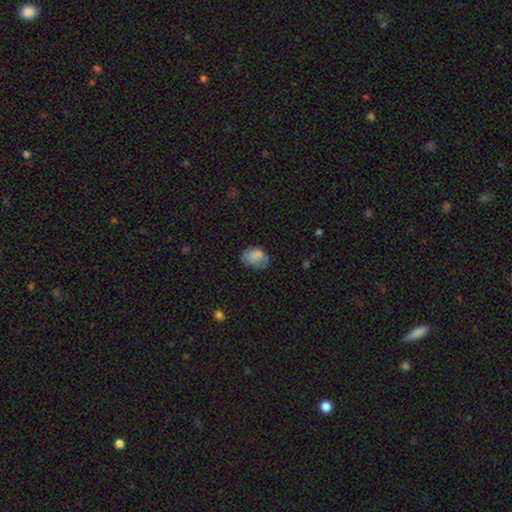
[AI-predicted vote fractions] A smooth galaxy with no disk features (75%) that is in between round and cigar-shaped (76%).

Vote fractions:
- Smooth or featured? smooth: 75% / featured or disk: 15% / star or artifact: 10%
- How rounded? in between: 76% / round: 23% / cigar-shaped: 1%
- Merging? none: 56% / minor disturbance: 29% / major disturbance: 11% / merger: 4%